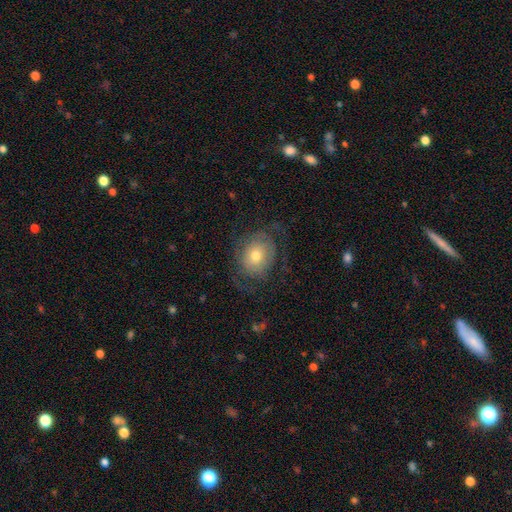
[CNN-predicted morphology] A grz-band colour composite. It shows a featured or disk galaxy (47%). Merging: none (64%).